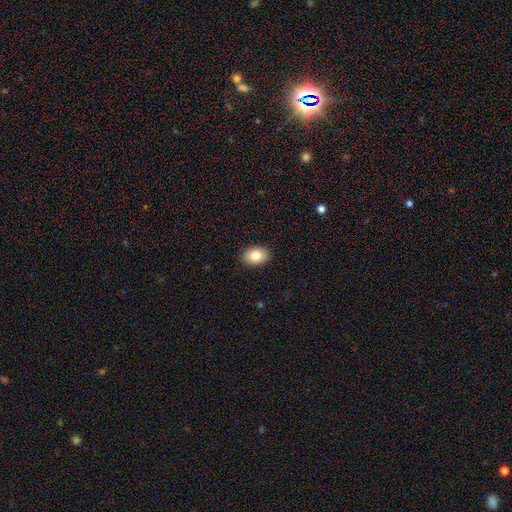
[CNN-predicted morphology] Smooth or featured?
  - smooth: 83% *
  - featured or disk: 9%
  - star or artifact: 8%
How rounded?
  - in between: 82% *
  - round: 17%
  - cigar-shaped: 1%
Merging?
  - none: 90% *
  - minor disturbance: 7%
  - major disturbance: 2%
  - merger: 1%